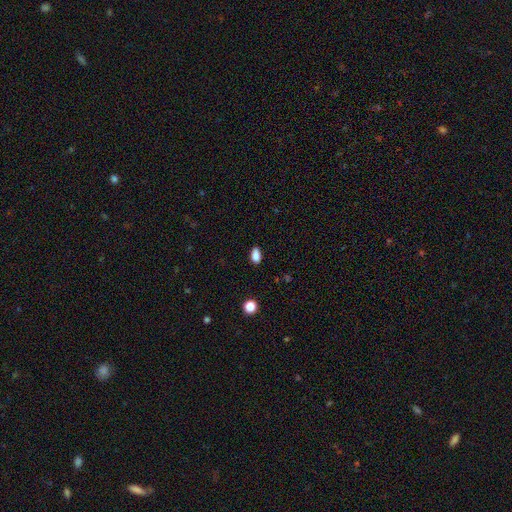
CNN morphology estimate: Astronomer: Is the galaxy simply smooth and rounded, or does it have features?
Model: smooth — 85%.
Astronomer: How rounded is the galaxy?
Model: in between — 87%.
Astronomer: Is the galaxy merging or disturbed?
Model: none — 78%.